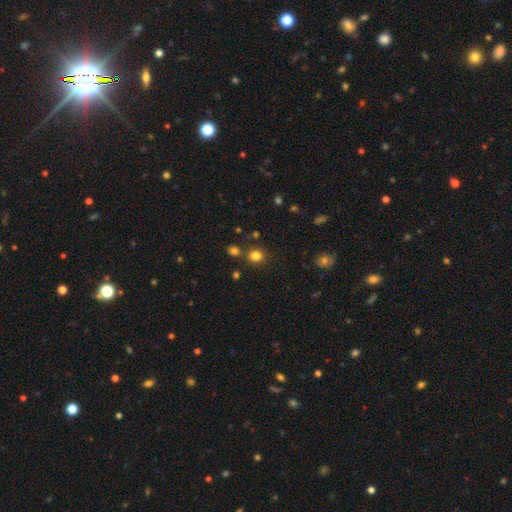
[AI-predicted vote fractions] Overall: smooth (81%). How rounded: round (84%). Merging: none (81%).